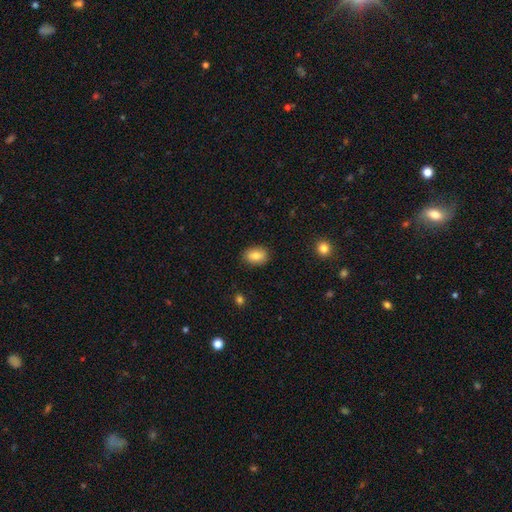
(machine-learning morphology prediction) A smooth galaxy with no disk features (84%) that is in between round and cigar-shaped (79%).

Vote fractions:
- Smooth or featured? smooth: 84% / featured or disk: 8% / star or artifact: 8%
- How rounded? in between: 79% / round: 20% / cigar-shaped: 1%
- Merging? none: 88% / minor disturbance: 9% / major disturbance: 2% / merger: 1%